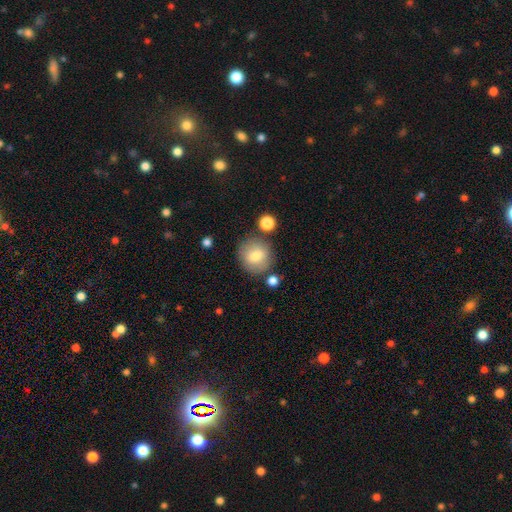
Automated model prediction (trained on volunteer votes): smooth_or_featured: smooth (p=0.75) [alt: featured or disk p=0.16]
how_rounded: round (p=0.87) [alt: in between p=0.12]
merging: none (p=0.78) [alt: minor disturbance p=0.12]